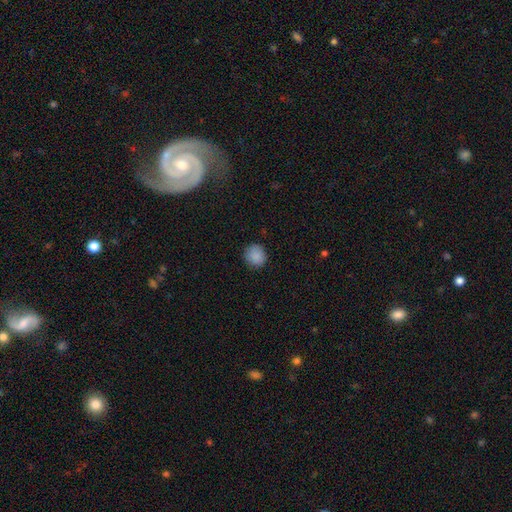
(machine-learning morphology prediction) type=smooth (88%); roundness=round (88%); merging=none (88%).